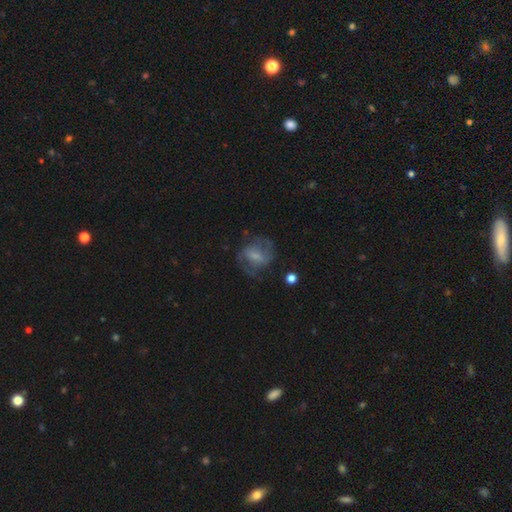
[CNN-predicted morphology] featured or disk 57%, smooth 35%, star or artifact 8%. Down the decision tree: edge-on disk — no (97%); bar — weak (46%); spiral arms — yes (72%); bulge size — small (39%); merging — none (55%).